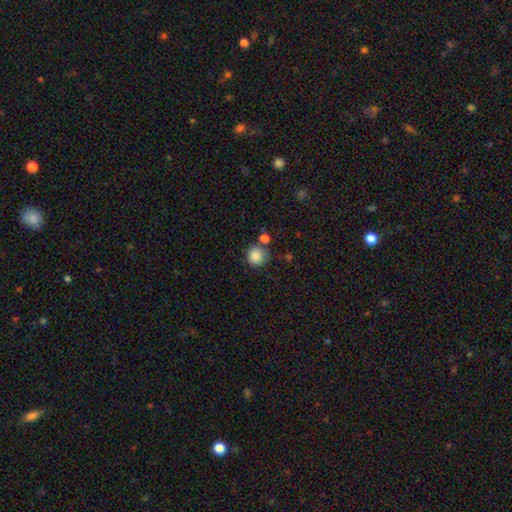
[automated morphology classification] smooth 87%, star or artifact 9%, featured or disk 4%. Down the decision tree: how rounded — round (92%); merging — none (76%).